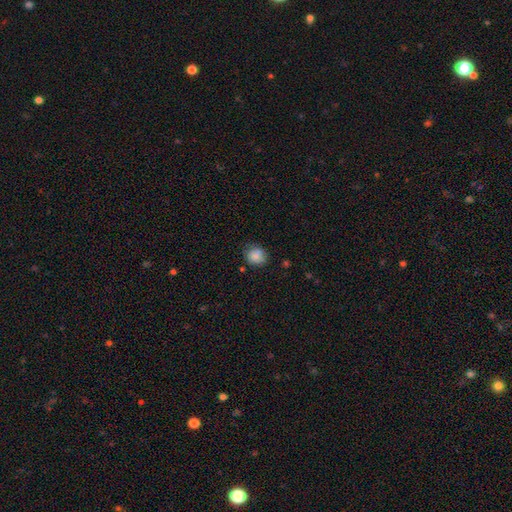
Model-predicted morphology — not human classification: smooth_or_featured: smooth (p=0.85) [alt: star or artifact p=0.09]
how_rounded: round (p=0.76) [alt: in between p=0.23]
merging: none (p=0.74) [alt: minor disturbance p=0.19]